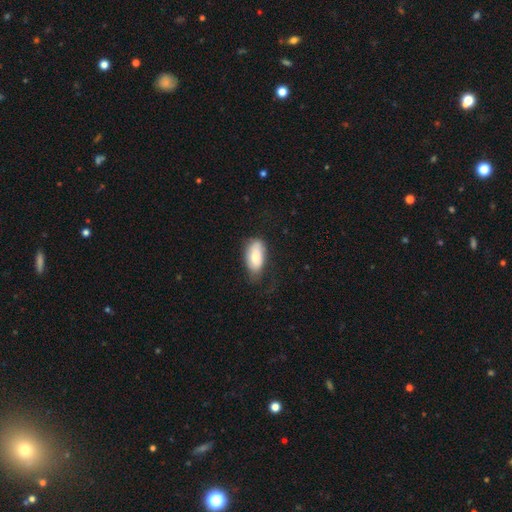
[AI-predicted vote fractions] The model was most divided on "merging": none: 53%, minor disturbance: 32%, major disturbance: 14%, merger: 2%. More confident: how rounded — in between (92%); smooth or featured — smooth (76%).